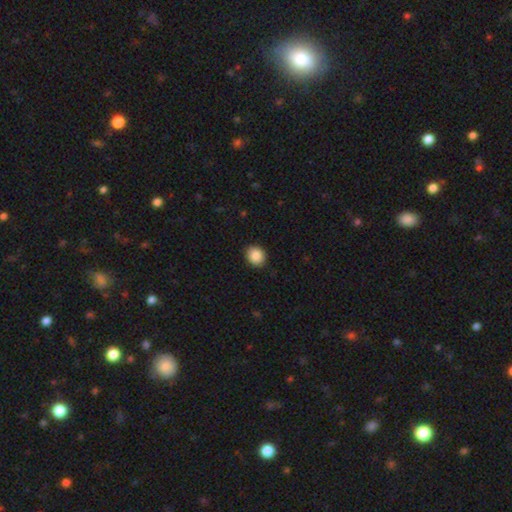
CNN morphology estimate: This appears to be a smooth galaxy with no disk features (88%) that is round (67%). Merging: none (90%).